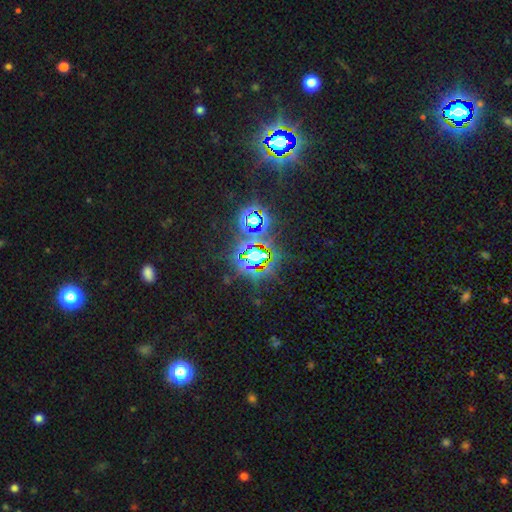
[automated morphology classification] Smooth or featured?
  - star or artifact: 75% *
  - smooth: 15%
  - featured or disk: 10%